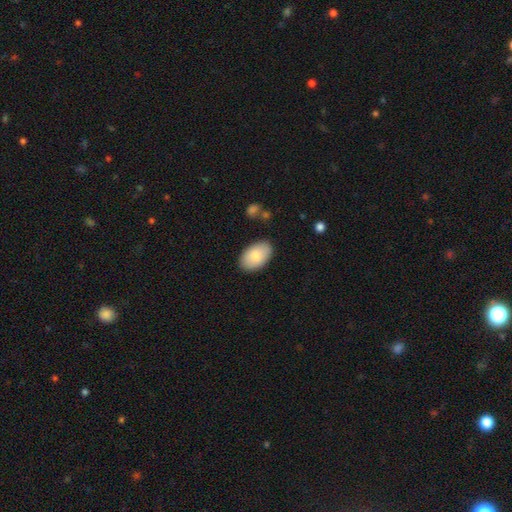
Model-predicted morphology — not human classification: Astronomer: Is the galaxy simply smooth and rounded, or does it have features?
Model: smooth — 82%.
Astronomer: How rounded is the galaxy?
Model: in between — 94%.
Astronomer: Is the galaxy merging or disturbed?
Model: none — 86%.